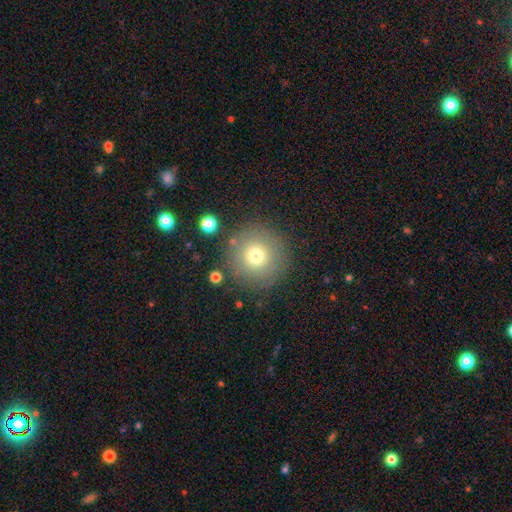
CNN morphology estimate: Smooth or featured? smooth (73%)
How rounded? round (96%)
Merging? none (83%)